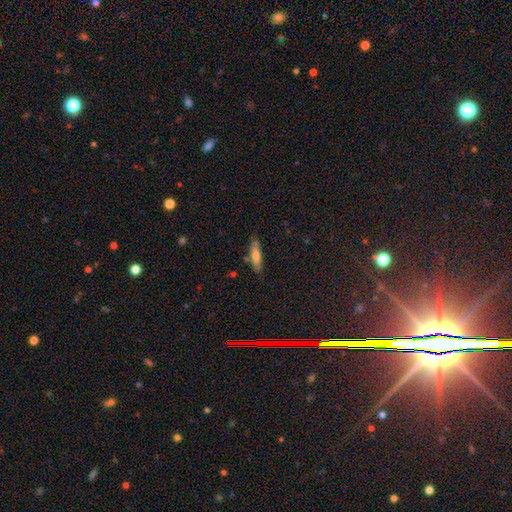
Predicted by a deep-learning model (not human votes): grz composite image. It shows a smooth galaxy with no disk features (71%) that is cigar-shaped (73%). Merging: none (81%).